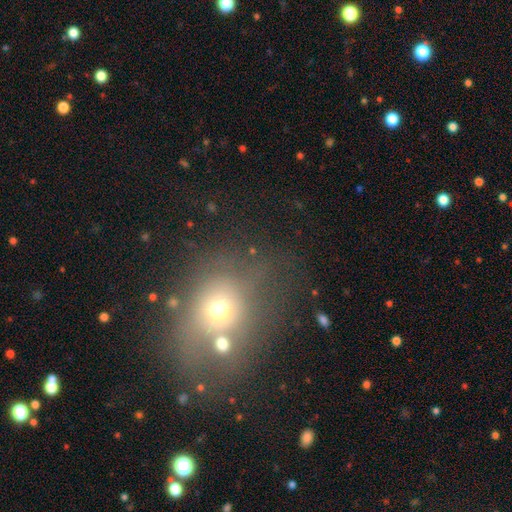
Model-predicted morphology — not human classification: Smooth or featured?
  - smooth: 56% *
  - star or artifact: 26%
  - featured or disk: 18%
How rounded?
  - round: 64% *
  - in between: 35%
  - cigar-shaped: 1%
Merging?
  - none: 45% *
  - merger: 30%
  - minor disturbance: 14%
  - major disturbance: 11%